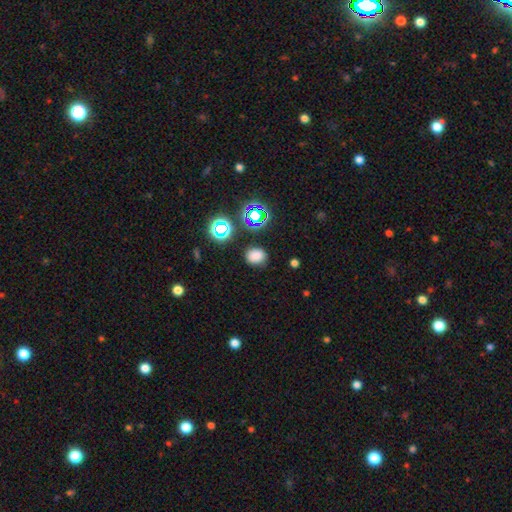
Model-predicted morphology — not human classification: smooth_or_featured: smooth (p=0.75) [alt: star or artifact p=0.19]
how_rounded: round (p=0.56) [alt: in between p=0.43]
merging: none (p=0.81) [alt: minor disturbance p=0.12]